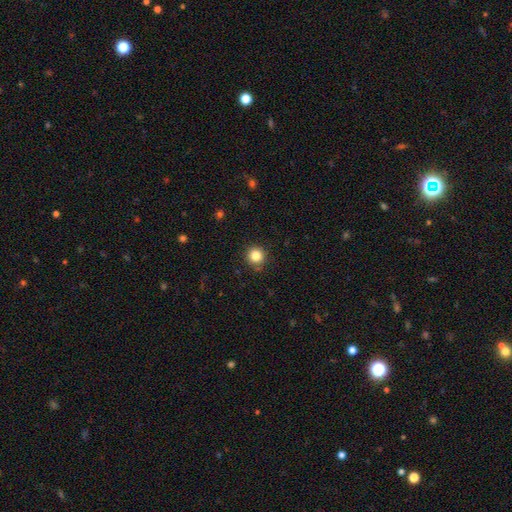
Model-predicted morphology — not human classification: Smooth or featured?
  - smooth: 83% *
  - star or artifact: 11%
  - featured or disk: 5%
How rounded?
  - round: 94% *
  - in between: 5%
  - cigar-shaped: 1%
Merging?
  - none: 90% *
  - minor disturbance: 7%
  - major disturbance: 2%
  - merger: 1%